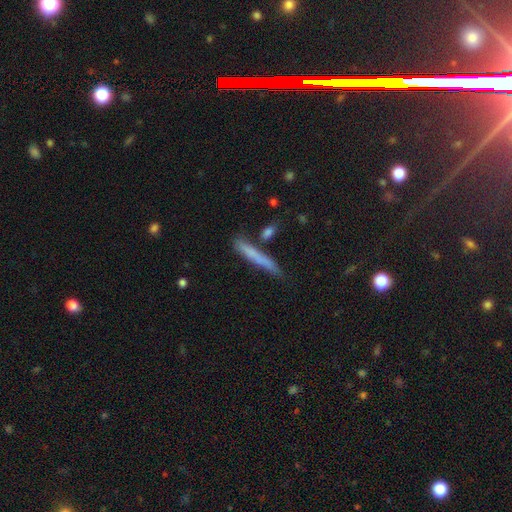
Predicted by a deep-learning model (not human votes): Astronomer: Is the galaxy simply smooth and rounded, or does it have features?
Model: smooth — 67%.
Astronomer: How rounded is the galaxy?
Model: cigar-shaped — 95%.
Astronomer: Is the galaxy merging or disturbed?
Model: none — 74%.